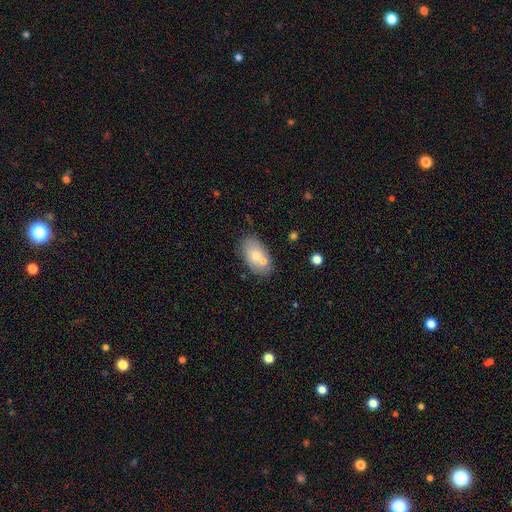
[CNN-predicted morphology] This is likely a smooth galaxy (70%). How rounded: clearly in between (92%). Merging: likely none (64%).